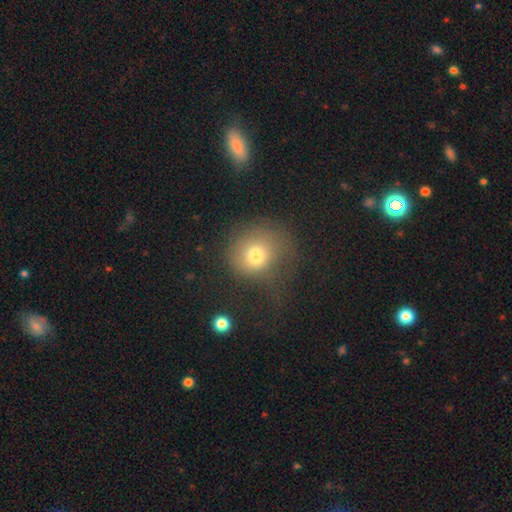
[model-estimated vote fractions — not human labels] Smooth or featured: smooth — 73% (featured or disk — 14%)
How rounded: round — 80% (in between — 19%)
Merging: none — 46% (major disturbance — 28%)